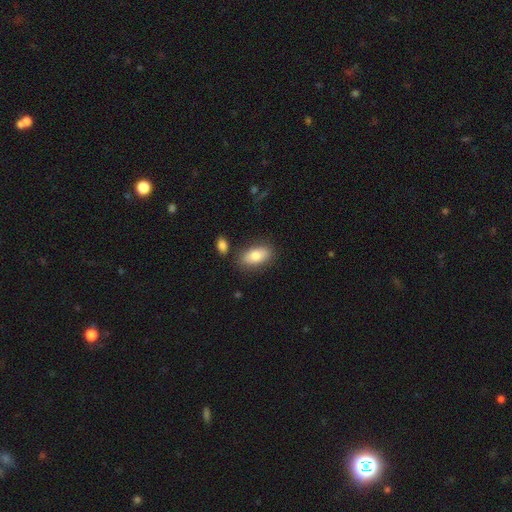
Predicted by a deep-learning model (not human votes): A smooth galaxy with no disk features (80%) that is in between round and cigar-shaped (91%).

Vote fractions:
- Smooth or featured? smooth: 80% / featured or disk: 13% / star or artifact: 7%
- How rounded? in between: 91% / cigar-shaped: 5% / round: 4%
- Merging? none: 81% / minor disturbance: 11% / merger: 5% / major disturbance: 3%